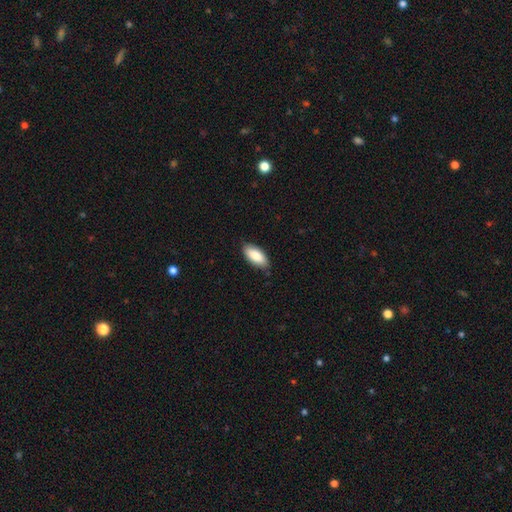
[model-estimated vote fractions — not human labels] smooth_or_featured: smooth (p=0.85) [alt: featured or disk p=0.09]
how_rounded: in between (p=0.89) [alt: cigar-shaped p=0.09]
merging: none (p=0.84) [alt: minor disturbance p=0.13]